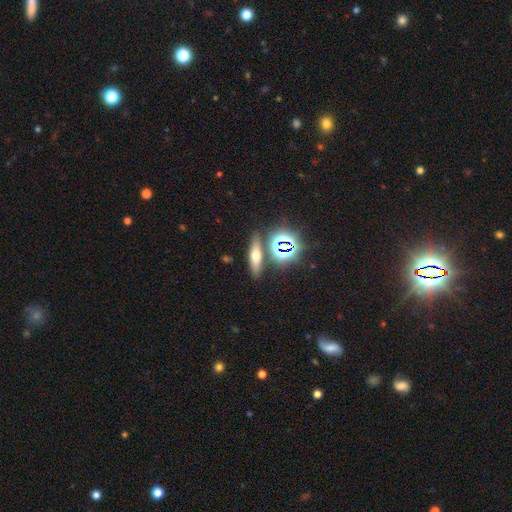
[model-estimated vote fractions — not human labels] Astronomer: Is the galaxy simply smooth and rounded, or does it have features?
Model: smooth — 45% (runner-up: featured or disk, 32%).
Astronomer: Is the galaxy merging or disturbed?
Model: none — 81%.